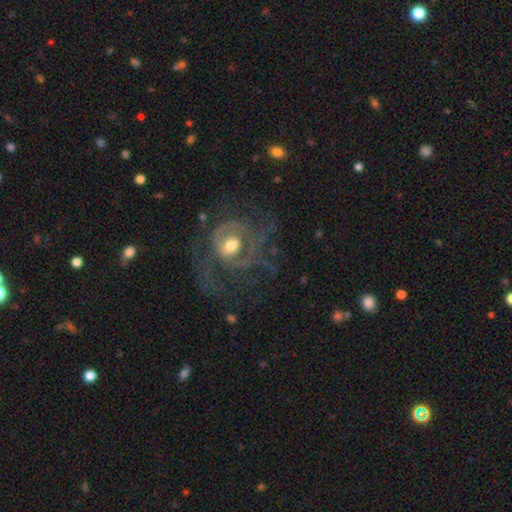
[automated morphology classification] This is likely a featured or disk galaxy (73%). It is clearly not viewed edge-on (96%). Bar: likely no (62%). Spiral arm pattern: likely yes (74%). Spiral arm count: marginally can't tell (39%). Spiral winding: possibly tight (47%). Central bulge: likely moderate (67%). Merging: possibly none (59%).